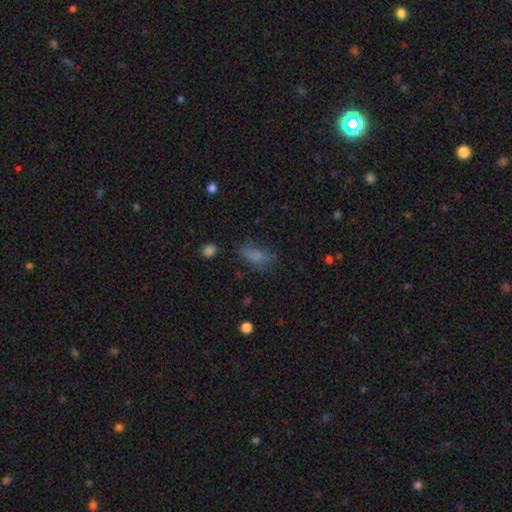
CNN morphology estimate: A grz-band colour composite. It shows a smooth galaxy with no disk features (76%) that is in between round and cigar-shaped (84%). Merging: none (57%).